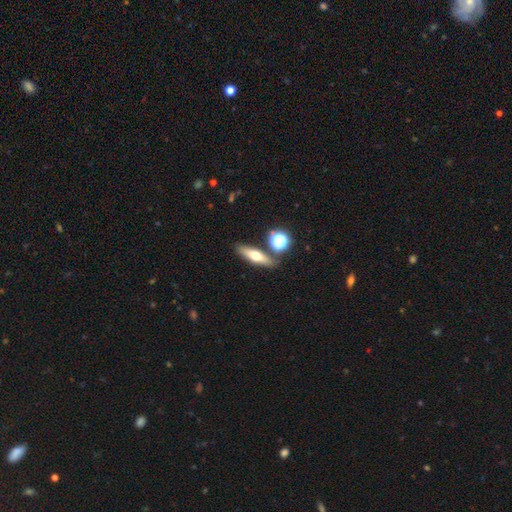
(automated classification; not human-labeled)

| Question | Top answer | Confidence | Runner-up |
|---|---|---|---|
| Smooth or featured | smooth | 51% | featured or disk (39%) |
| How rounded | cigar-shaped | 53% | in between (39%) |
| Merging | none | 79% | minor disturbance (10%) |